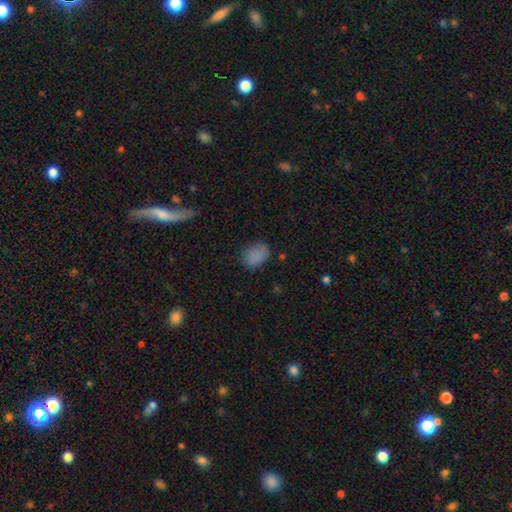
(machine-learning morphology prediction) This is clearly a smooth galaxy (83%). How rounded: likely in between (74%). Merging: likely none (73%).